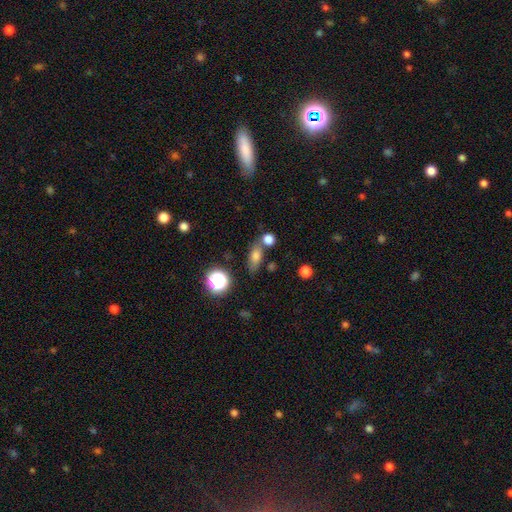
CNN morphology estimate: Smooth or featured? smooth (73%)
How rounded? in between (67%)
Merging? none (63%)